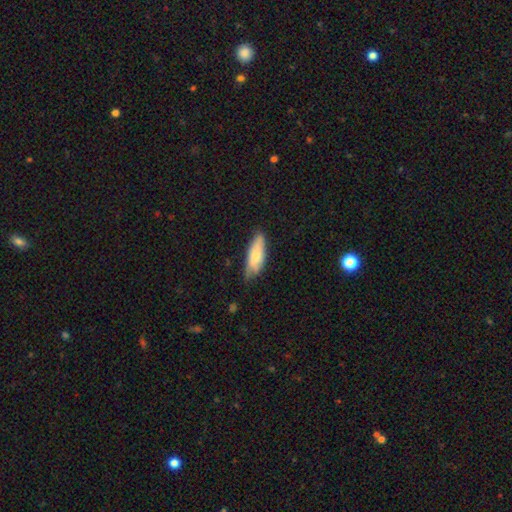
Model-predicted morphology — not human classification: Q: Smooth or featured?
A: smooth (71%); runner-up: featured or disk (23%)
Q: How rounded?
A: in between (65%); runner-up: cigar-shaped (33%)
Q: Merging?
A: none (65%); runner-up: minor disturbance (28%)